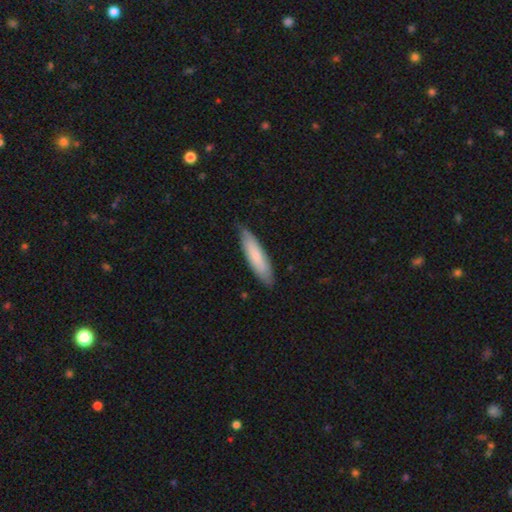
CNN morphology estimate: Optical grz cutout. It shows a smooth galaxy with no disk features (77%) that is cigar-shaped (72%). Merging: none (79%).